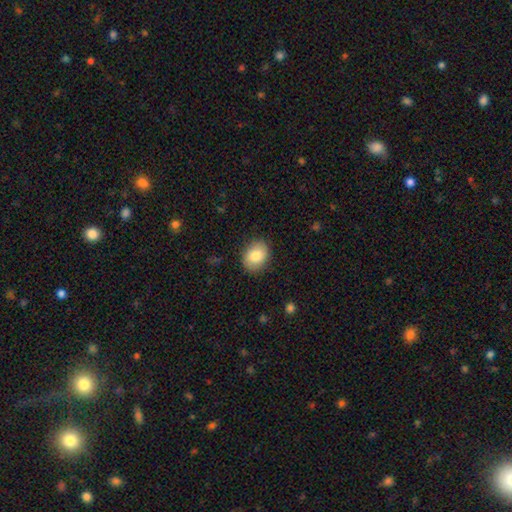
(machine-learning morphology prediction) smooth_or_featured: smooth (p=0.84) [alt: featured or disk p=0.09]
how_rounded: in between (p=0.60) [alt: round p=0.39]
merging: none (p=0.86) [alt: minor disturbance p=0.10]